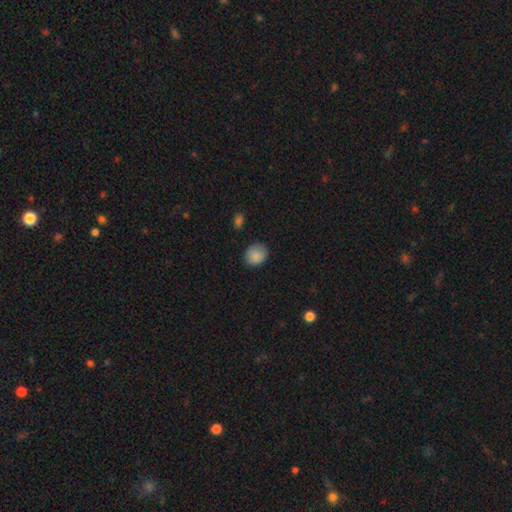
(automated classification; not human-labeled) A smooth galaxy with no disk features (87%) that is round (66%). Merging: none (81%).